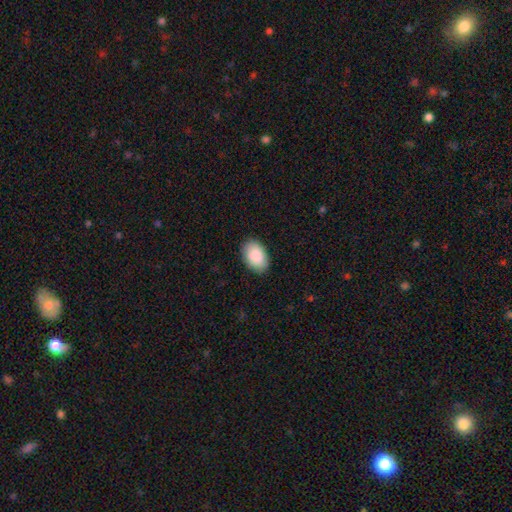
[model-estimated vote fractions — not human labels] smooth 89%, star or artifact 6%, featured or disk 5%. Down the decision tree: how rounded — in between (90%); merging — none (88%).